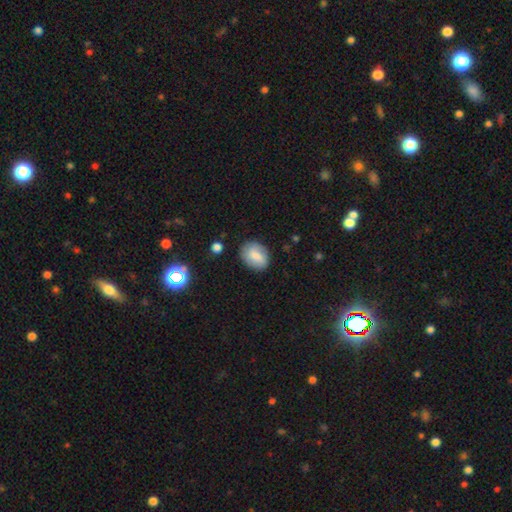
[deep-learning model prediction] A smooth galaxy with no disk features (78%) that is in between round and cigar-shaped (68%). Merging: none (79%).